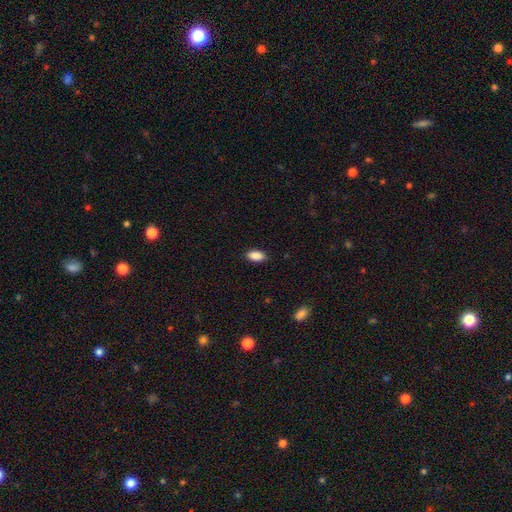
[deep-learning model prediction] smooth-or-featured: smooth: 89% | star or artifact: 7% | featured or disk: 4%
  how-rounded: in between: 91% | cigar-shaped: 5% | round: 4%
  merging: none: 87% | minor disturbance: 10% | major disturbance: 2% | merger: 1%